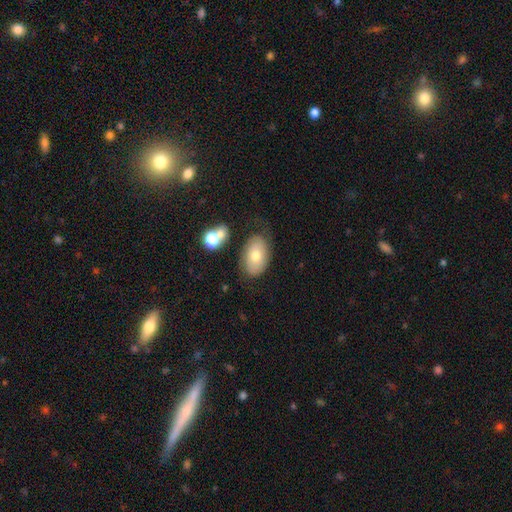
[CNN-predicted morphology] A smooth galaxy with no disk features (64%) that is in between round and cigar-shaped (88%).

Vote fractions:
- Smooth or featured? smooth: 64% / featured or disk: 28% / star or artifact: 8%
- How rounded? in between: 88% / round: 11% / cigar-shaped: 1%
- Merging? none: 67% / minor disturbance: 20% / major disturbance: 9% / merger: 4%